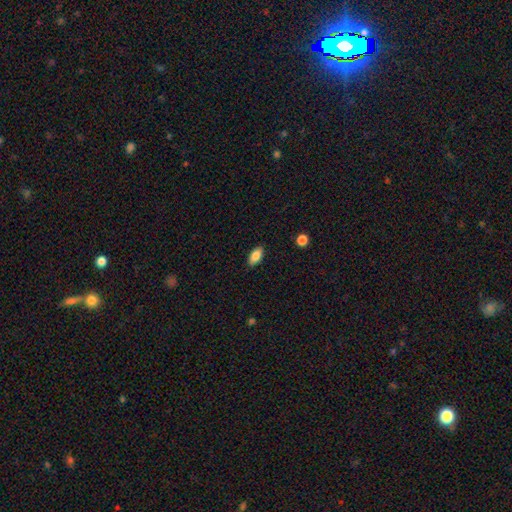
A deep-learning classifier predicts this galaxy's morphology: Smooth or featured?
  - smooth: 85% *
  - featured or disk: 8%
  - star or artifact: 8%
How rounded?
  - in between: 90% *
  - cigar-shaped: 6%
  - round: 3%
Merging?
  - none: 88% *
  - minor disturbance: 9%
  - major disturbance: 2%
  - merger: 1%